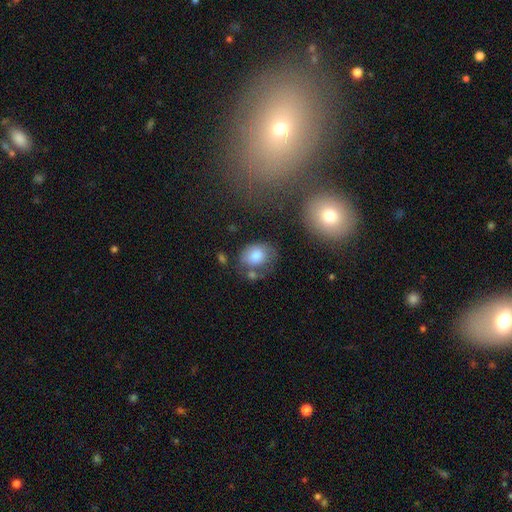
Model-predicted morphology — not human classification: Overall: smooth (77%). How rounded: in between (60%; round 39%). Merging: none (54%; minor disturbance 22%).